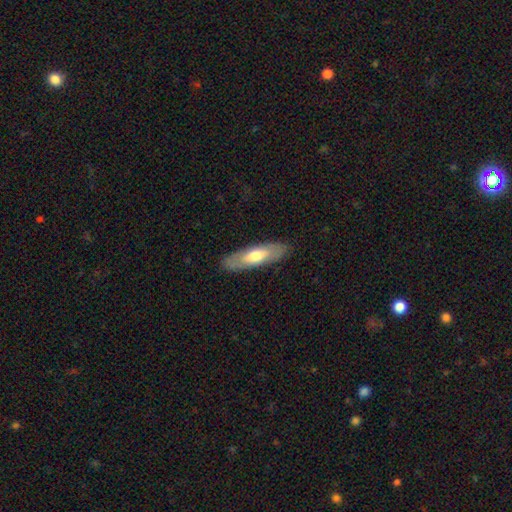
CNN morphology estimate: Q: Smooth or featured?
A: smooth (59%); runner-up: featured or disk (36%)
Q: How rounded?
A: in between (50%); runner-up: cigar-shaped (48%)
Q: Merging?
A: none (86%); runner-up: minor disturbance (10%)